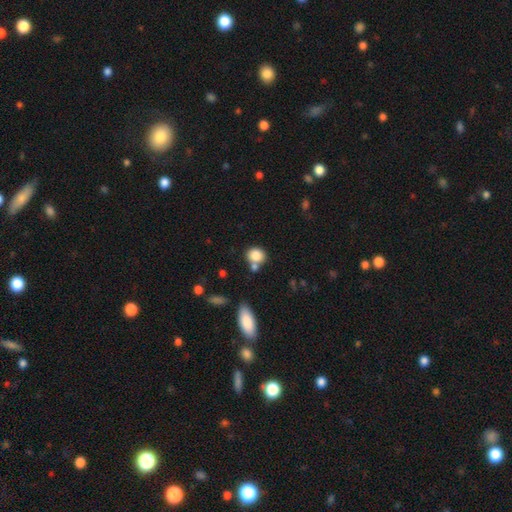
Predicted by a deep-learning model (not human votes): Q: Smooth or featured?
A: smooth (84%); runner-up: star or artifact (9%)
Q: How rounded?
A: round (59%); runner-up: in between (39%)
Q: Merging?
A: none (59%); runner-up: merger (24%)